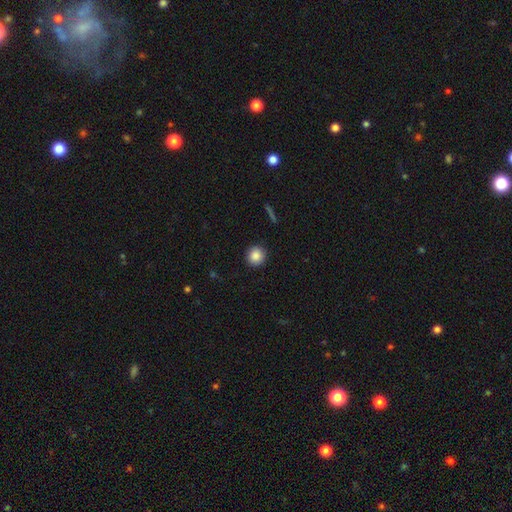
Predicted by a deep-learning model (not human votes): A smooth galaxy with no disk features (87%) that is round (92%). Merging: none (92%).